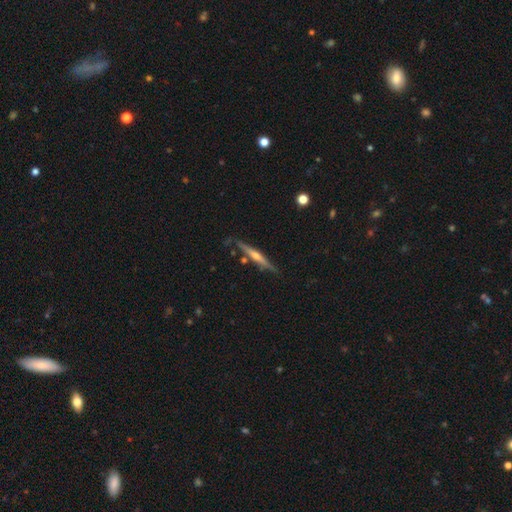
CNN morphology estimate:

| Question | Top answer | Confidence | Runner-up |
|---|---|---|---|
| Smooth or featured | featured or disk | 72% | smooth (22%) |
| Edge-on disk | yes | 97% | no (3%) |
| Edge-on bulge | rounded | 83% | none (12%) |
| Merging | none | 83% | minor disturbance (11%) |